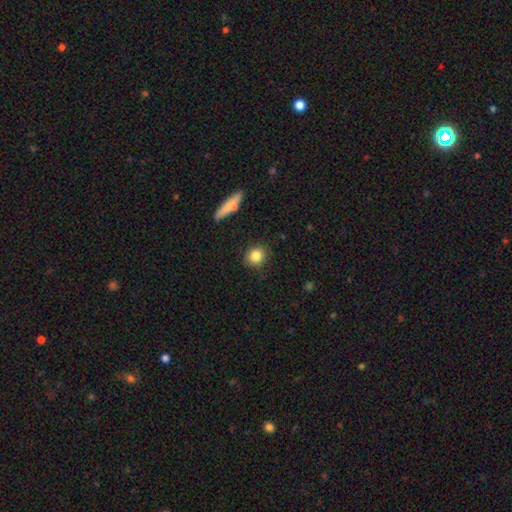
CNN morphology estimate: A smooth galaxy with no disk features (85%) that is round (83%). Merging: none (87%).